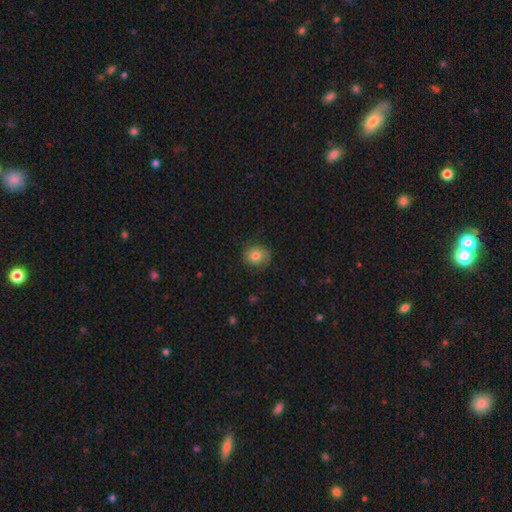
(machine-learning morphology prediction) type=smooth (80%); roundness=round (74%); merging=none (81%).